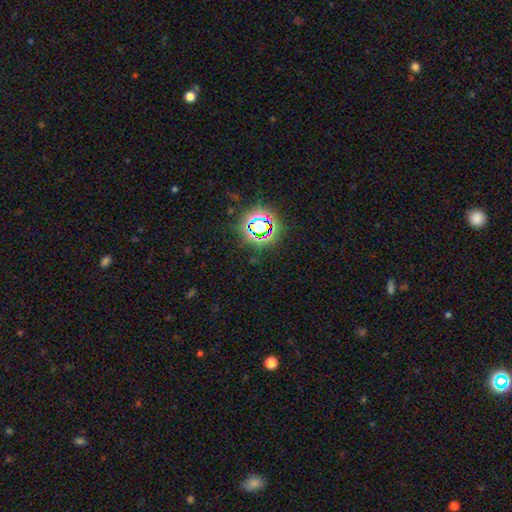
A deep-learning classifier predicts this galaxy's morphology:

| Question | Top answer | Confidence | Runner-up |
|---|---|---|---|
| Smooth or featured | star or artifact | 76% | smooth (15%) |